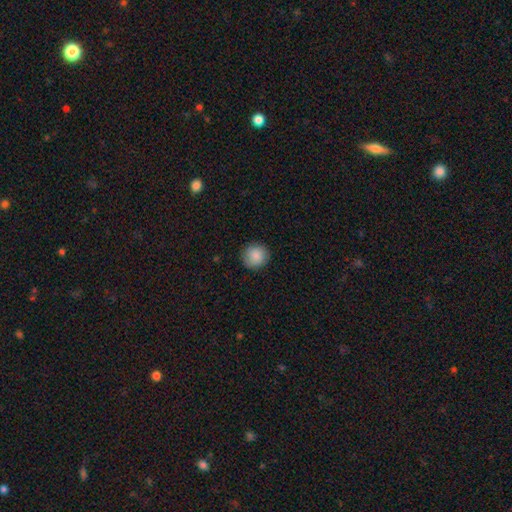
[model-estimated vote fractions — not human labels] Q: Smooth or featured?
A: smooth (88%); runner-up: star or artifact (8%)
Q: How rounded?
A: round (91%); runner-up: in between (8%)
Q: Merging?
A: none (90%); runner-up: minor disturbance (7%)